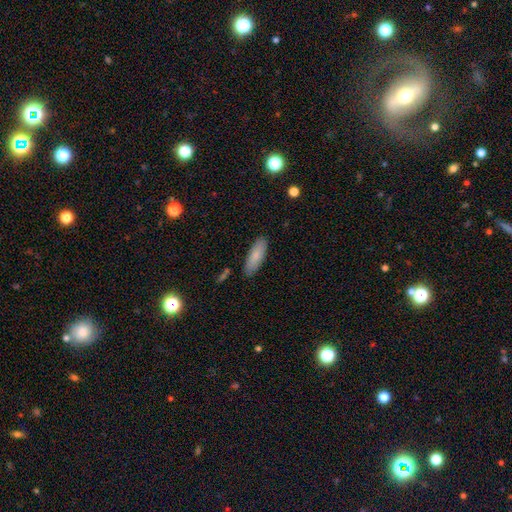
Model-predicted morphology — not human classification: smooth-or-featured: smooth: 82% | featured or disk: 12% | star or artifact: 6%
  how-rounded: in between: 64% | cigar-shaped: 35% | round: 2%
  merging: none: 85% | minor disturbance: 11% | major disturbance: 2% | merger: 2%